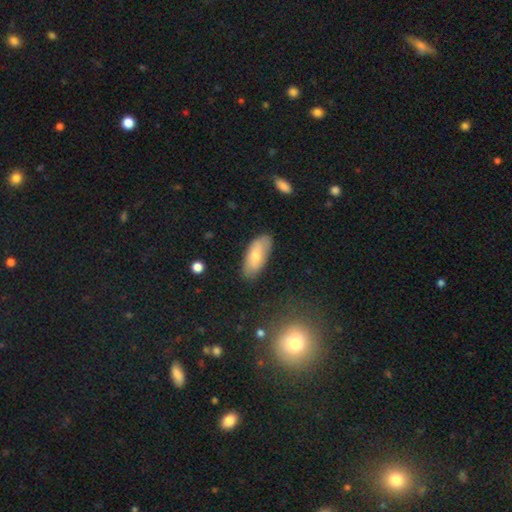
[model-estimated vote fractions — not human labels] This appears to be a smooth galaxy with no disk features (71%) that is in between round and cigar-shaped (87%). Merging: none (80%).